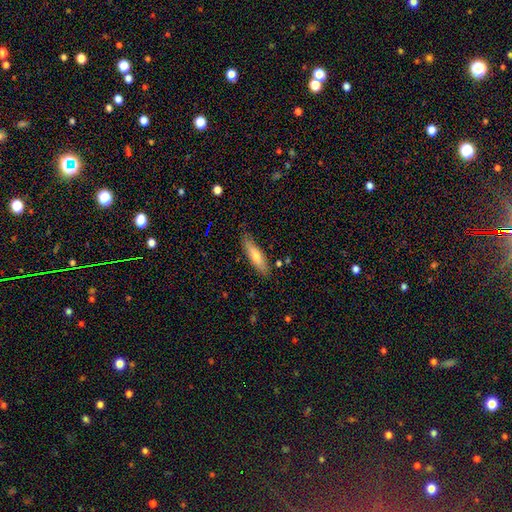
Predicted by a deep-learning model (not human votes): This is likely a smooth galaxy (65%). How rounded: likely cigar-shaped (68%). Merging: clearly none (82%).